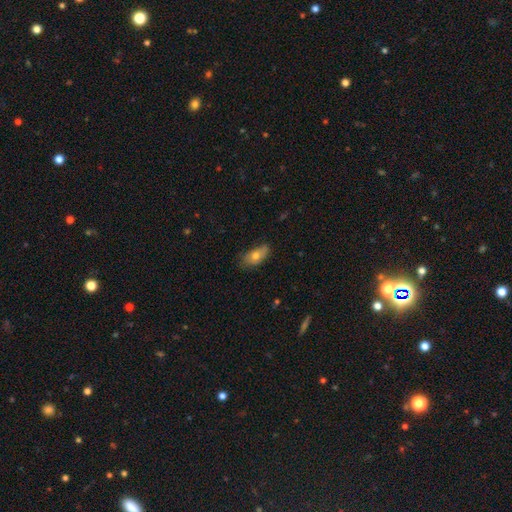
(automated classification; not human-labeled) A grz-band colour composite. It shows a smooth galaxy with no disk features (72%) that is in between round and cigar-shaped (88%). Merging: none (59%).